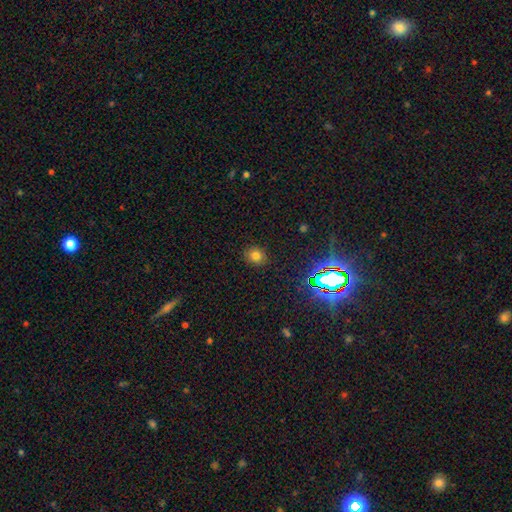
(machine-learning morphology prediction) smooth-or-featured: smooth: 74% | star or artifact: 19% | featured or disk: 7%
  how-rounded: round: 71% | in between: 28% | cigar-shaped: 1%
  merging: none: 87% | minor disturbance: 9% | major disturbance: 3% | merger: 1%